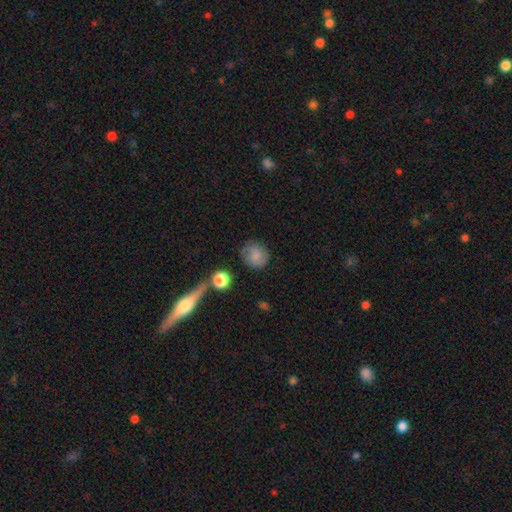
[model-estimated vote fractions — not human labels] Overall: smooth (69%). How rounded: round (80%). Merging: none (75%).